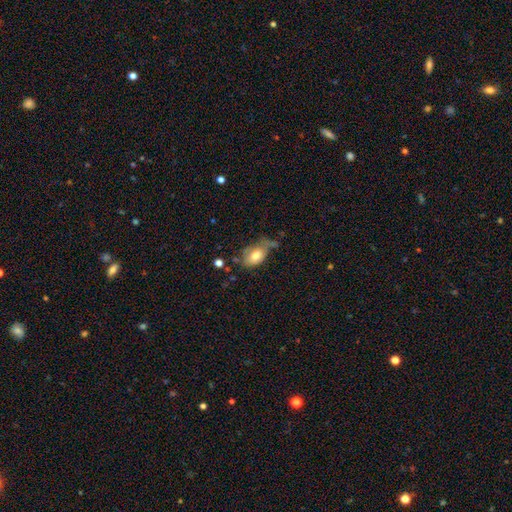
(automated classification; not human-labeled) Smooth or featured? Predicted: smooth (p=0.76). How rounded? Predicted: in between (p=0.85). Merging? Predicted: none (p=0.38).